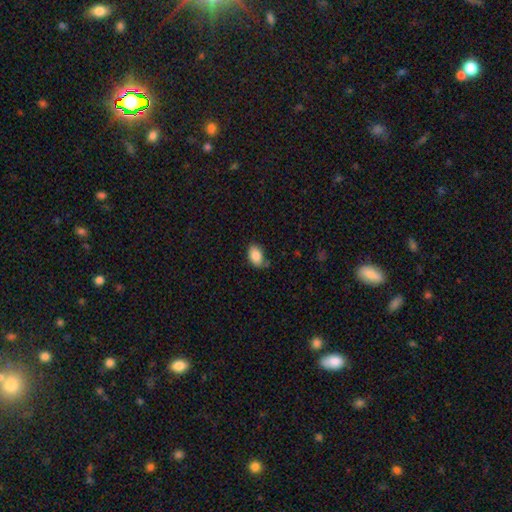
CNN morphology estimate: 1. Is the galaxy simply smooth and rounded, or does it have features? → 88% smooth, 8% star or artifact, 5% featured or disk.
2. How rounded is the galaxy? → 90% in between, 9% round, 1% cigar-shaped.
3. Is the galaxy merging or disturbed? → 71% none, 22% minor disturbance, 4% major disturbance, 3% merger.